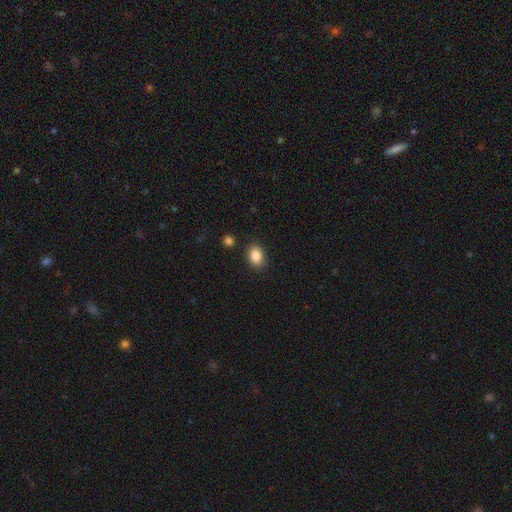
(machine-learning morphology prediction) This appears to be a smooth galaxy with no disk features (87%) that is in between round and cigar-shaped (77%). Merging: none (84%).